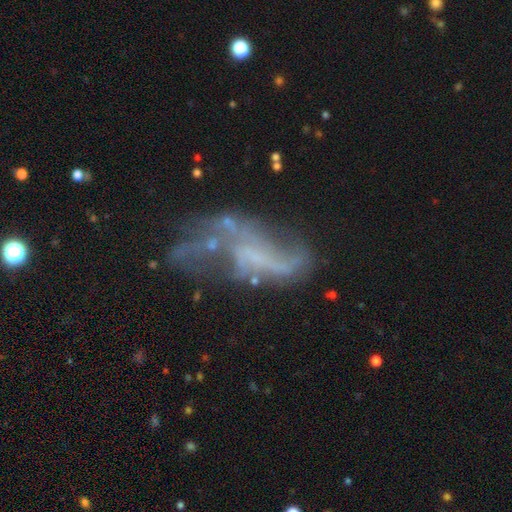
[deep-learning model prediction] A featured or disk galaxy (68%) with no bar (59%), spiral arms (56%) and no central bulge (70%).

Vote fractions:
- Smooth or featured? featured or disk: 68% / smooth: 18% / star or artifact: 14%
- Edge-on disk? no: 93% / yes: 7%
- Bar? no: 59% / weak: 28% / strong: 13%
- Spiral arms? yes: 56% / no: 44%
- Bulge size? none: 70% / small: 20% / moderate: 7% / large: 2% / dominant: 1%
- Merging? major disturbance: 36% / none: 31% / minor disturbance: 19% / merger: 13%